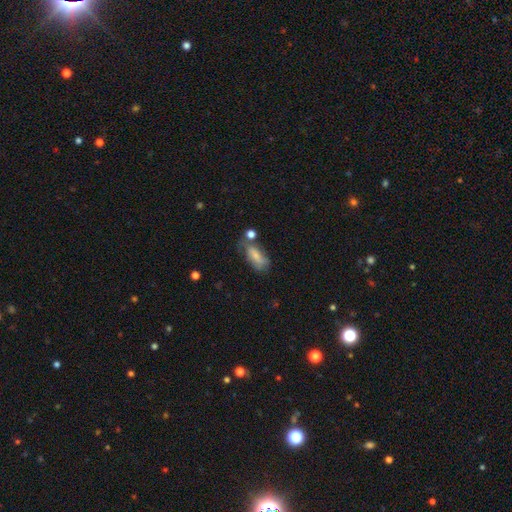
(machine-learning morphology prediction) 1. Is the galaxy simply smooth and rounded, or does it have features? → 71% smooth, 21% featured or disk, 8% star or artifact.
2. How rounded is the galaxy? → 82% in between, 14% cigar-shaped, 4% round.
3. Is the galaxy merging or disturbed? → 40% none, 29% minor disturbance, 16% major disturbance, 15% merger.